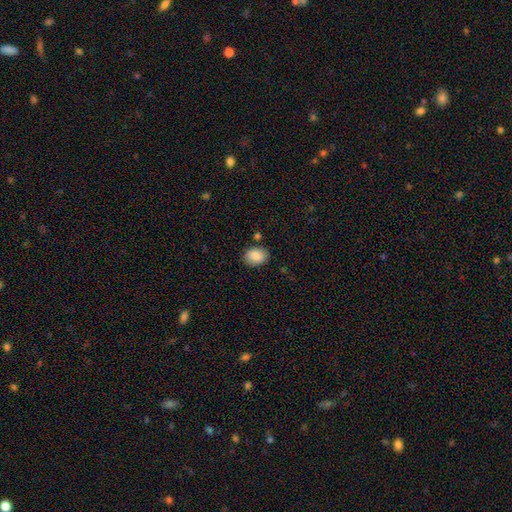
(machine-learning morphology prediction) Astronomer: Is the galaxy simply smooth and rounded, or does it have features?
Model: smooth — 87%.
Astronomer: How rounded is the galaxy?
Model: in between — 68%.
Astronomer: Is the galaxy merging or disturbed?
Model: none — 82%.